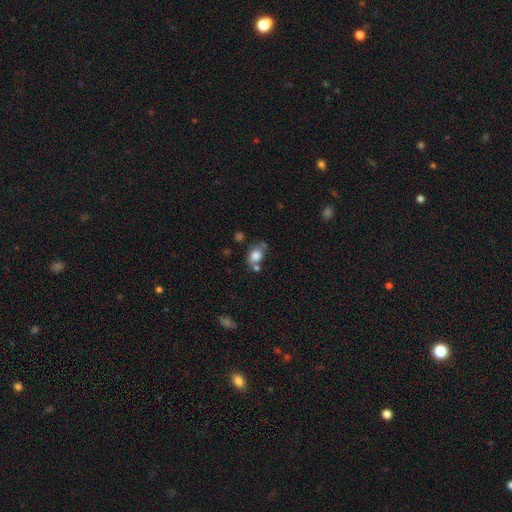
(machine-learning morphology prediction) smooth_or_featured: smooth (p=0.78) [alt: featured or disk p=0.12]
how_rounded: in between (p=0.63) [alt: round p=0.35]
merging: none (p=0.54) [alt: merger p=0.20]